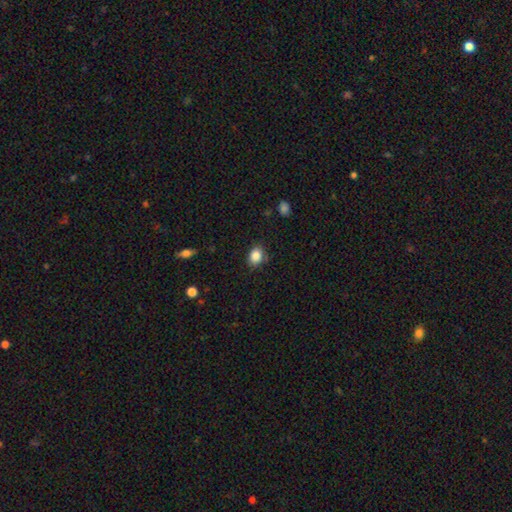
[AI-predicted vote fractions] Smooth or featured?
  - smooth: 86% *
  - star or artifact: 9%
  - featured or disk: 5%
How rounded?
  - in between: 58% *
  - round: 41%
  - cigar-shaped: 1%
Merging?
  - none: 81% *
  - minor disturbance: 15%
  - major disturbance: 3%
  - merger: 2%